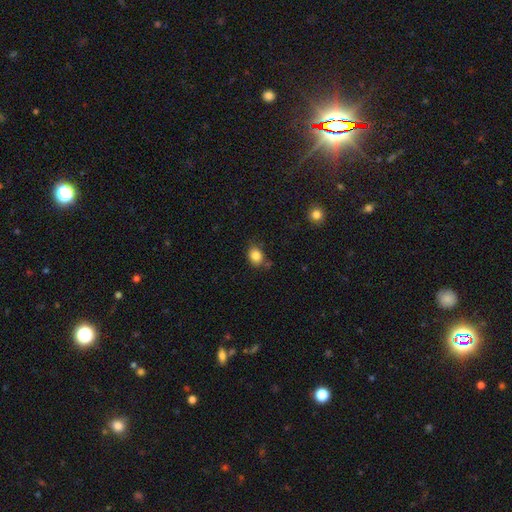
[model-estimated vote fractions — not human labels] A smooth galaxy with no disk features (84%) that is round (55%).

Vote fractions:
- Smooth or featured? smooth: 84% / star or artifact: 10% / featured or disk: 6%
- How rounded? round: 55% / in between: 44% / cigar-shaped: 1%
- Merging? none: 74% / minor disturbance: 17% / merger: 5% / major disturbance: 4%